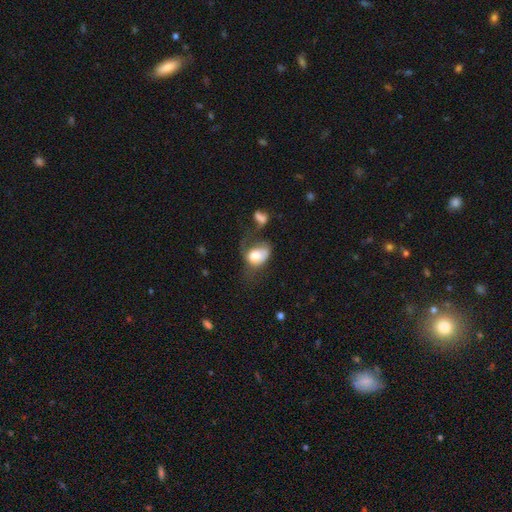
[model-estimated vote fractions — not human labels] Smooth or featured? smooth (70%)
How rounded? in between (68%)
Merging? major disturbance (44%)